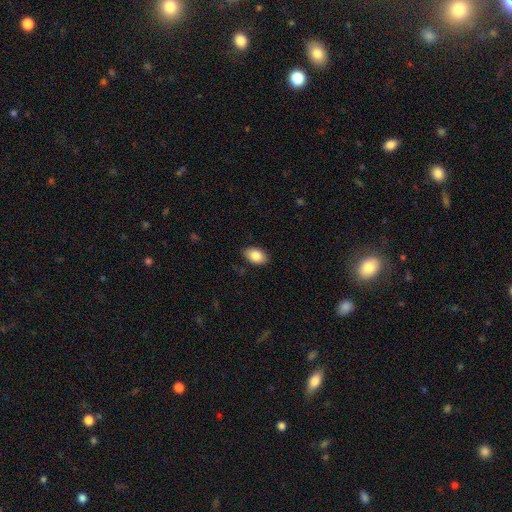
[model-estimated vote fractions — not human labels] This is clearly a smooth galaxy (85%). How rounded: clearly in between (90%). Merging: clearly none (86%).